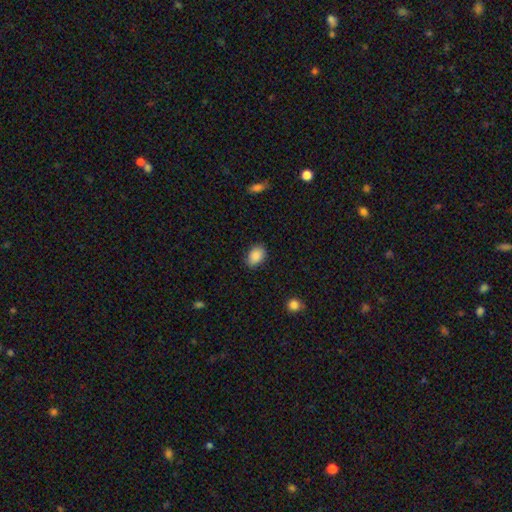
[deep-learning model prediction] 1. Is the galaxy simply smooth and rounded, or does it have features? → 88% smooth, 8% star or artifact, 4% featured or disk.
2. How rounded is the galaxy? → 80% in between, 19% round, 1% cigar-shaped.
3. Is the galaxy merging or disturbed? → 83% none, 13% minor disturbance, 3% major disturbance, 1% merger.